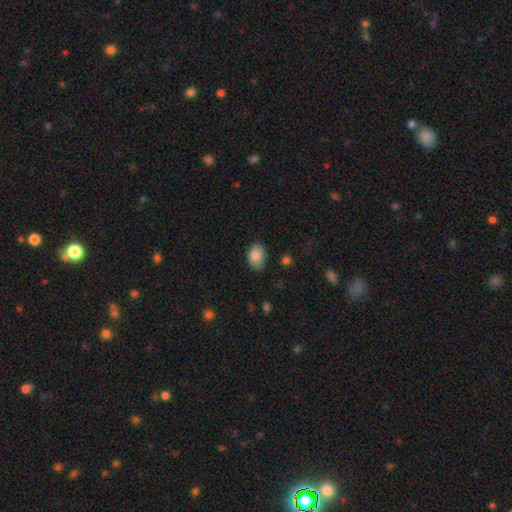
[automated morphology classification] type=smooth (87%); roundness=in between (84%); merging=none (75%).